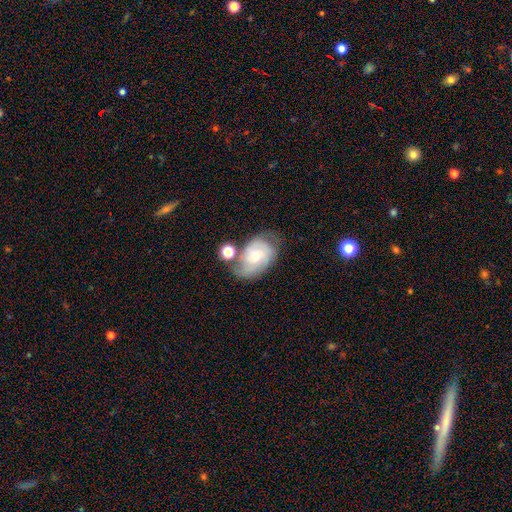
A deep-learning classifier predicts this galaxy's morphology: smooth-or-featured: featured or disk: 54% | smooth: 38% | star or artifact: 8%
  disk-edge-on: no: 95% | yes: 5%
    bar: no: 67% | weak: 28% | strong: 5%
    has-spiral-arms: yes: 79% | no: 21%
    bulge-size: moderate: 51% | small: 44% | large: 3% | none: 2% | dominant: 1%
  merging: none: 43% | minor disturbance: 25% | merger: 17% | major disturbance: 15%